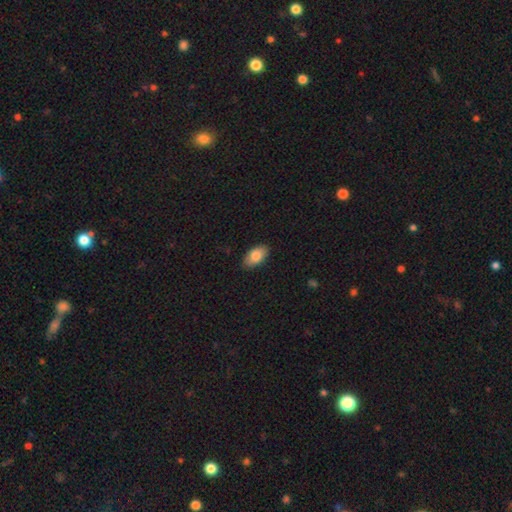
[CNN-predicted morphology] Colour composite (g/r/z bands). It shows a smooth galaxy with no disk features (80%) that is in between round and cigar-shaped (93%). Merging: none (88%).